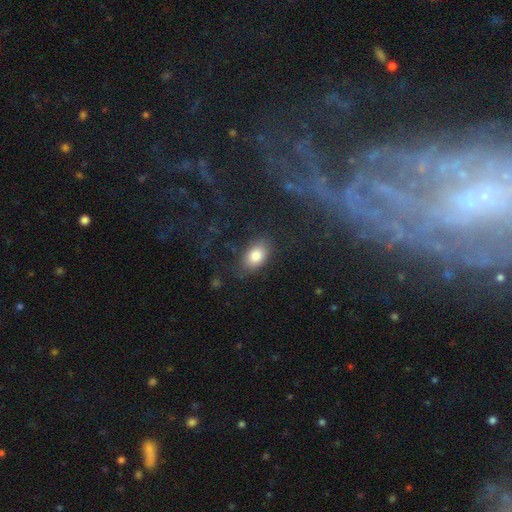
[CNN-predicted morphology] Smooth or featured? Predicted: smooth (p=0.81). How rounded? Predicted: in between (p=0.88). Merging? Predicted: none (p=0.76).